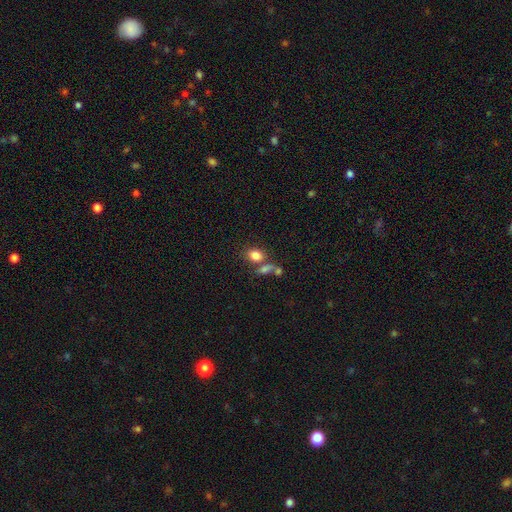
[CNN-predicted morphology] The model was most divided on "merging": none: 51%, merger: 29%, minor disturbance: 12%, major disturbance: 7%. More confident: smooth or featured — smooth (81%); how rounded — in between (63%).